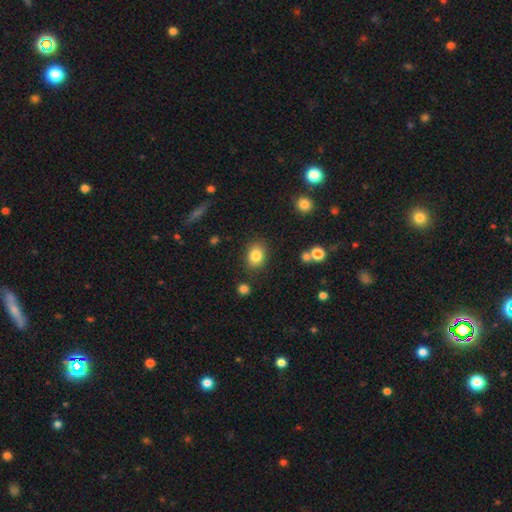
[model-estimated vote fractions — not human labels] Smooth or featured? Predicted: smooth (p=0.84). How rounded? Predicted: in between (p=0.56). Merging? Predicted: none (p=0.83).